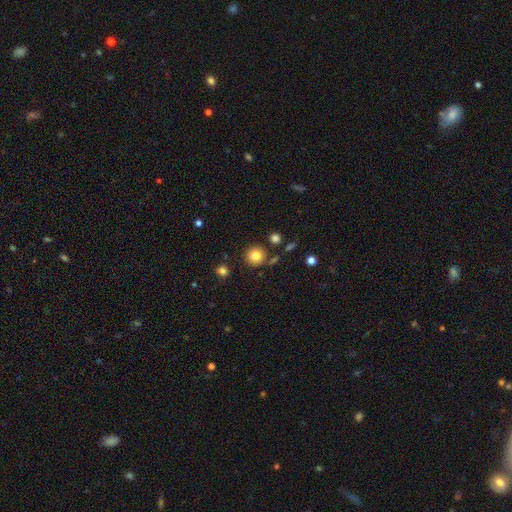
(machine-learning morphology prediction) A smooth galaxy with no disk features (82%) that is round (92%).

Vote fractions:
- Smooth or featured? smooth: 82% / star or artifact: 11% / featured or disk: 7%
- How rounded? round: 92% / in between: 7% / cigar-shaped: 1%
- Merging? none: 82% / minor disturbance: 8% / merger: 6% / major disturbance: 3%